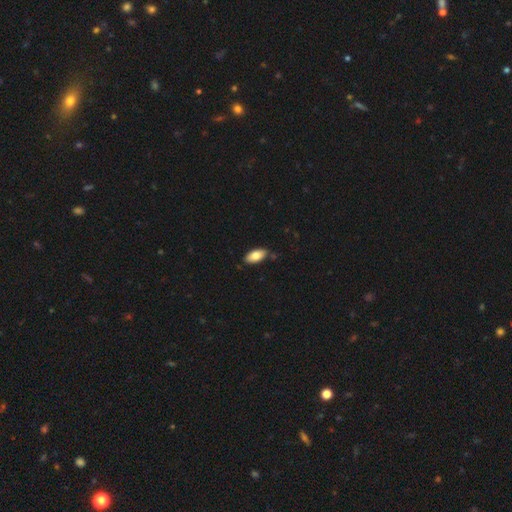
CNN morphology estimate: Smooth or featured? smooth (81%)
How rounded? in between (93%)
Merging? none (83%)